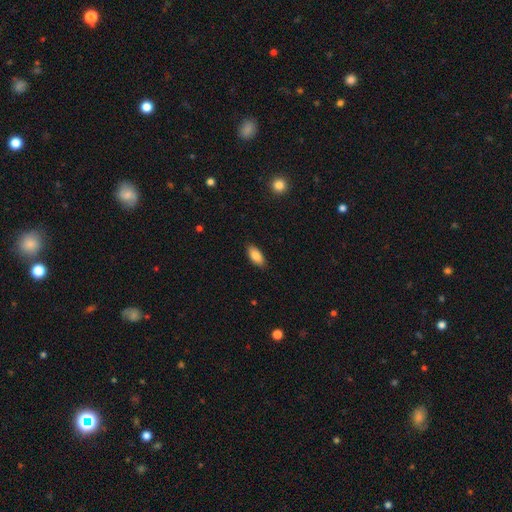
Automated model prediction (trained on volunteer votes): Smooth or featured? Predicted: smooth (p=0.86). How rounded? Predicted: in between (p=0.89). Merging? Predicted: none (p=0.87).